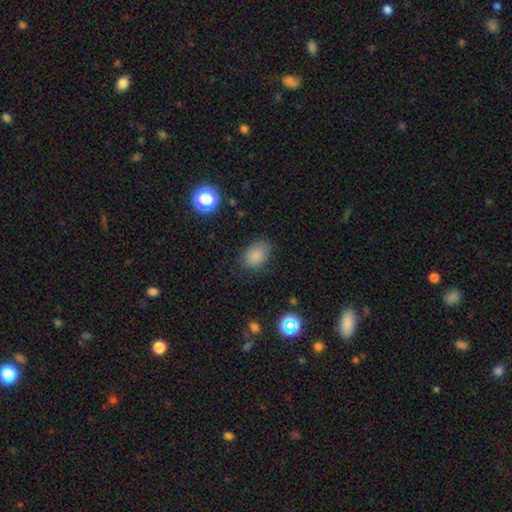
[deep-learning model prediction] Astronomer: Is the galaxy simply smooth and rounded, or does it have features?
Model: smooth — 83%.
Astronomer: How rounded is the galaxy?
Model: in between — 78%.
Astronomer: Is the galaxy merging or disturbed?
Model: none — 79%.